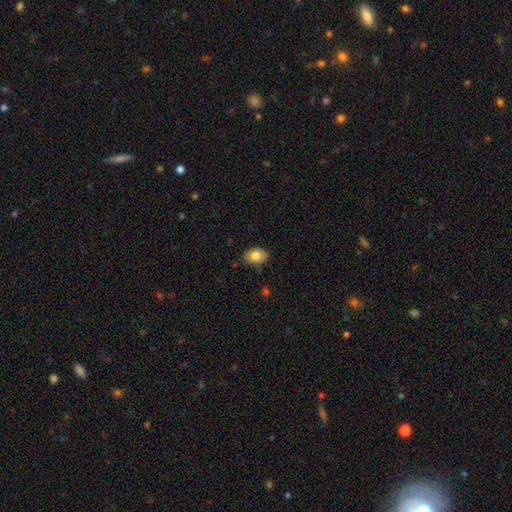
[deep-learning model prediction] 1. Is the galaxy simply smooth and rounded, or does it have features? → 80% smooth, 12% featured or disk, 8% star or artifact.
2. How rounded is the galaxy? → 82% in between, 17% round, 1% cigar-shaped.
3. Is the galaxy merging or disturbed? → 80% none, 16% minor disturbance, 2% major disturbance, 2% merger.